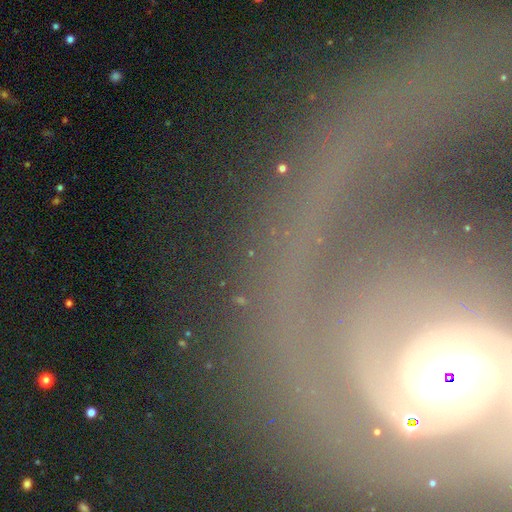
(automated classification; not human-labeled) This appears to be a featured or disk galaxy (69%) with no bar (42%), spiral arms (78%) and a moderate central bulge (58%). Merging: none (60%).